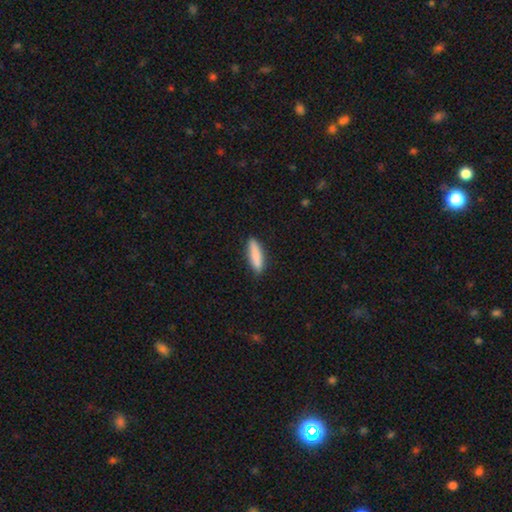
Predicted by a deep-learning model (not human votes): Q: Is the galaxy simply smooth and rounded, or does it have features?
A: smooth — 85%.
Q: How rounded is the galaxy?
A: cigar-shaped — 68%.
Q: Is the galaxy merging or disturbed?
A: none — 86%.